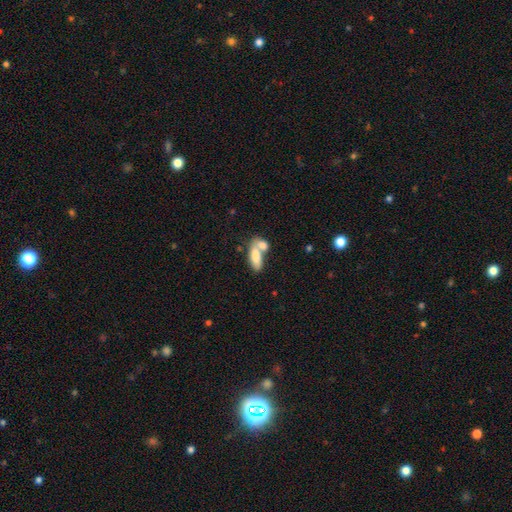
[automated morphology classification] Q: Smooth or featured?
A: smooth (78%); runner-up: featured or disk (15%)
Q: How rounded?
A: in between (79%); runner-up: cigar-shaped (18%)
Q: Merging?
A: merger (61%); runner-up: none (25%)